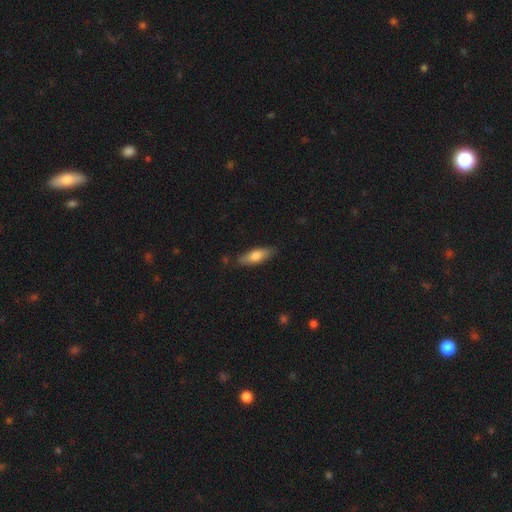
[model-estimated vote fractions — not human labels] Smooth or featured: smooth — 73% (featured or disk — 21%)
How rounded: in between — 59% (cigar-shaped — 39%)
Merging: none — 80% (minor disturbance — 15%)